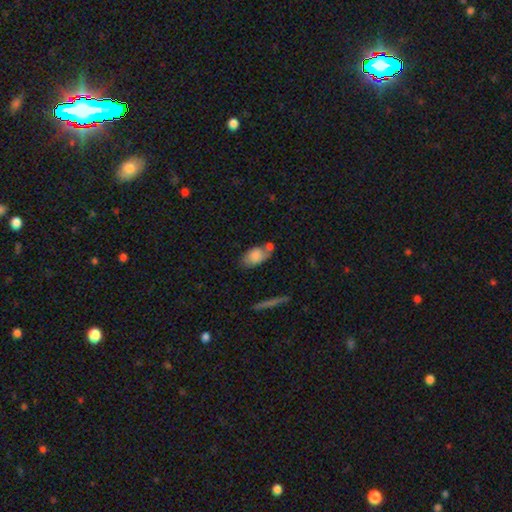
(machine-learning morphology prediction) Q: Smooth or featured?
A: smooth (78%); runner-up: featured or disk (15%)
Q: How rounded?
A: in between (89%); runner-up: round (7%)
Q: Merging?
A: none (45%); runner-up: merger (27%)